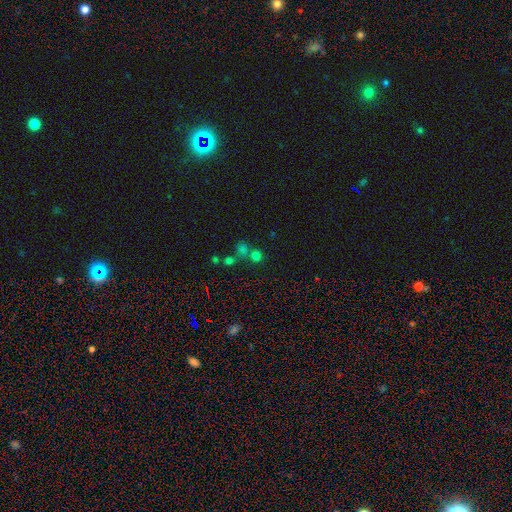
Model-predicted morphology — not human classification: A smooth galaxy with no disk features (64%) that is round (87%).

Vote fractions:
- Smooth or featured? smooth: 64% / star or artifact: 28% / featured or disk: 8%
- How rounded? round: 87% / in between: 12% / cigar-shaped: 1%
- Merging? none: 61% / merger: 28% / minor disturbance: 7% / major disturbance: 4%